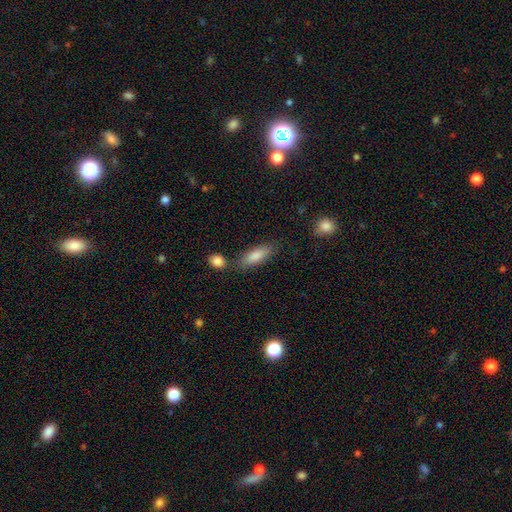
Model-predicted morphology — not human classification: Smooth or featured? Predicted: smooth (p=0.82). How rounded? Predicted: in between (p=0.59). Merging? Predicted: none (p=0.73).